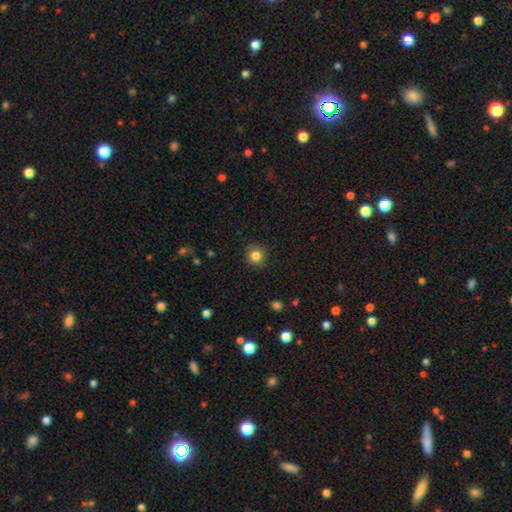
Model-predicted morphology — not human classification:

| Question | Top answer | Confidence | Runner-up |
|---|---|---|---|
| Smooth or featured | smooth | 83% | star or artifact (11%) |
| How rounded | round | 93% | in between (6%) |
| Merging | none | 91% | minor disturbance (6%) |